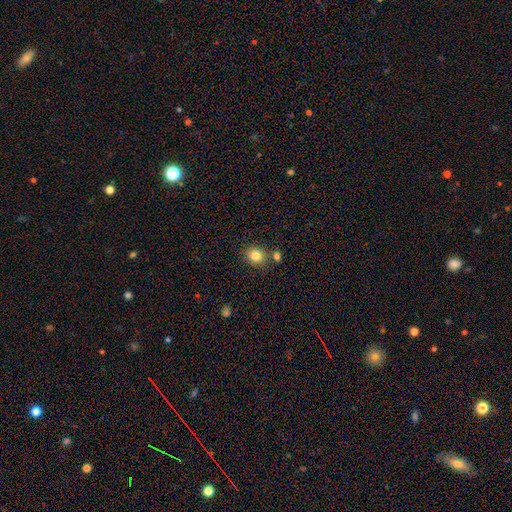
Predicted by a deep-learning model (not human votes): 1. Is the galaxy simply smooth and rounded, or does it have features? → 83% smooth, 11% star or artifact, 6% featured or disk.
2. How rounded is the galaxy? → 73% round, 27% in between, 1% cigar-shaped.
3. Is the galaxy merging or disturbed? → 78% none, 10% merger, 9% minor disturbance, 2% major disturbance.